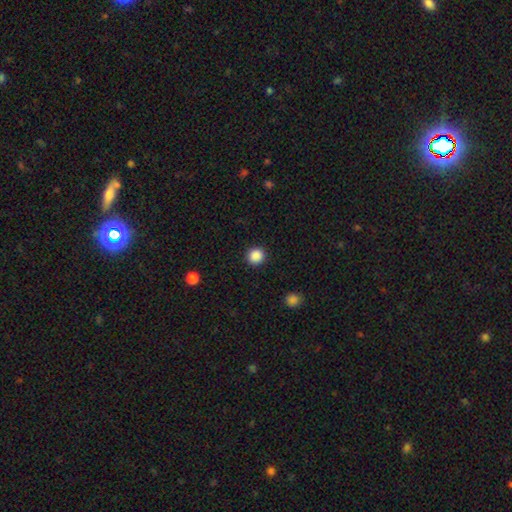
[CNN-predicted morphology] smooth 87%, star or artifact 10%, featured or disk 3%. Down the decision tree: how rounded — round (92%); merging — none (91%).